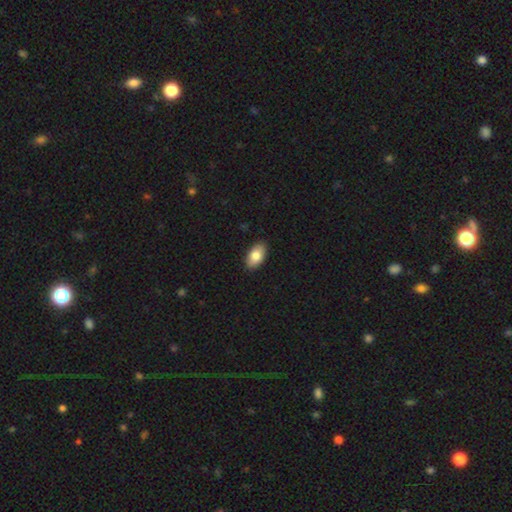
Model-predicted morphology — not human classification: A smooth galaxy with no disk features (82%) that is in between round and cigar-shaped (94%). Merging: none (89%).